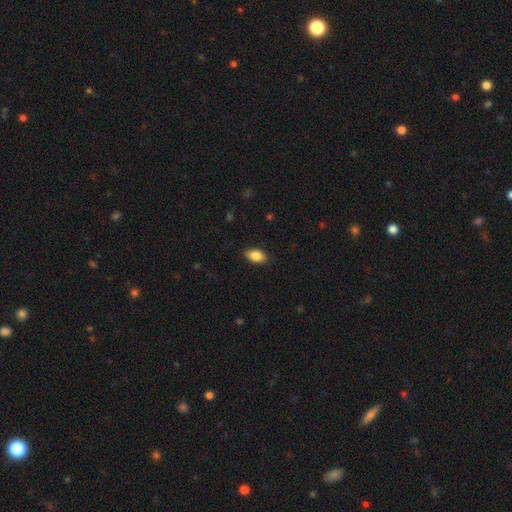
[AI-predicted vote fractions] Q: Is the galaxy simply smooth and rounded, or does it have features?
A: smooth — 86%.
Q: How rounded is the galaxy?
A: in between — 92%.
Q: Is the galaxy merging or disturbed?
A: none — 88%.